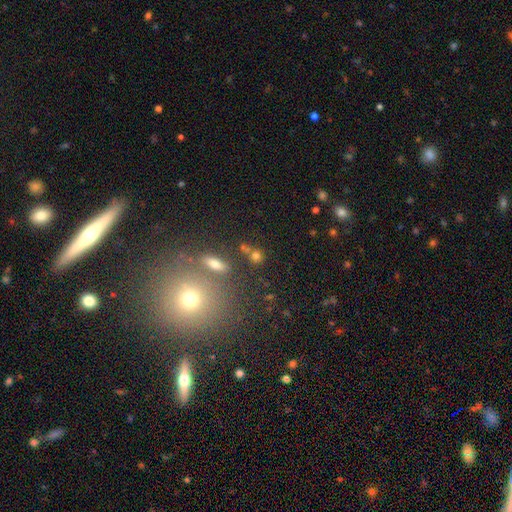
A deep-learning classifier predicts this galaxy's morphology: type=smooth (70%); roundness=round (79%); merging=none (62%).